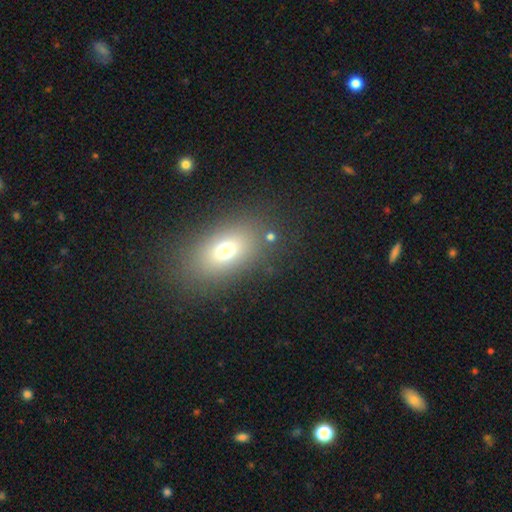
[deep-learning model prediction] Morphology: type=smooth (69%); roundness=in between (77%); merging=none (84%).